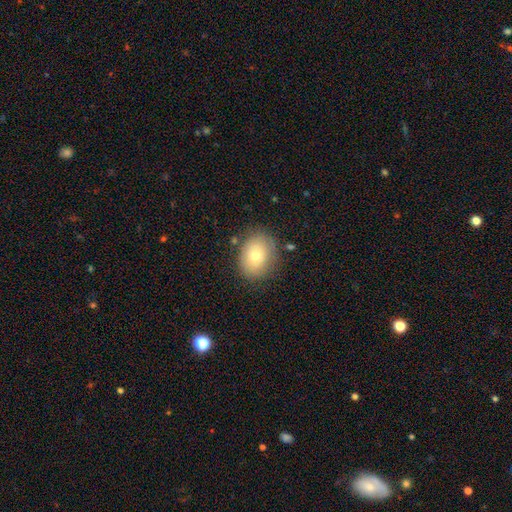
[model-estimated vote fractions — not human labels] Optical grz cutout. It shows a smooth galaxy with no disk features (72%) that is in between round and cigar-shaped (55%). Merging: none (78%).